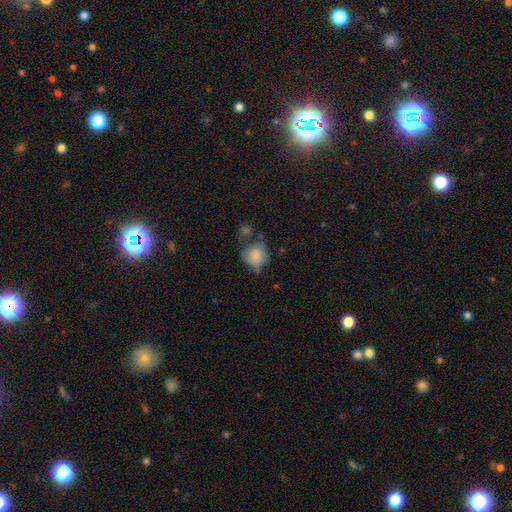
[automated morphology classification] The model was most divided on "merging": none: 52%, minor disturbance: 26%, merger: 12%, major disturbance: 9%. More confident: smooth or featured — smooth (82%); how rounded — round (81%).